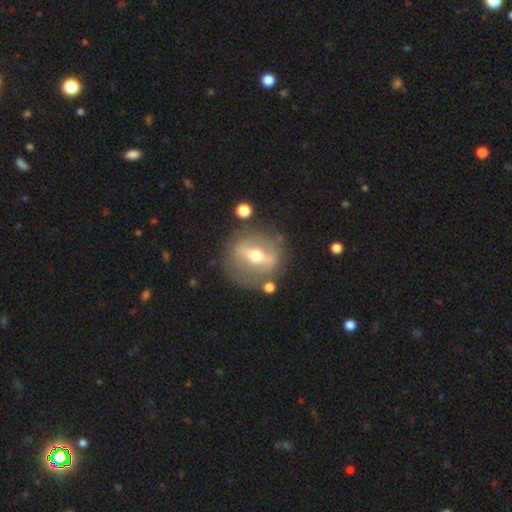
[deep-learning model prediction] Morphology: type=featured or disk (71%); edge-on=no (77%); bar=strong (69%); spiral arms=no (77%); bulge=moderate (74%); merging=none (78%).